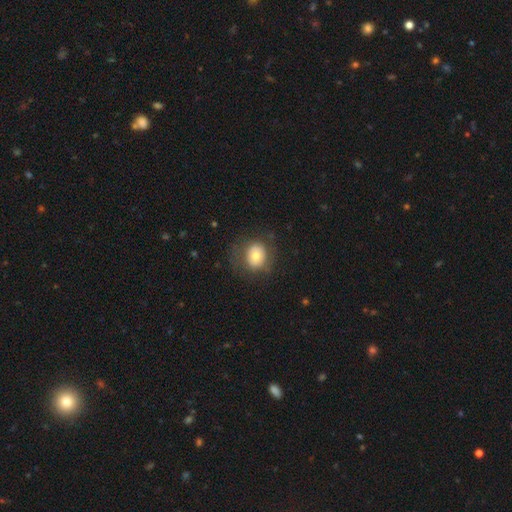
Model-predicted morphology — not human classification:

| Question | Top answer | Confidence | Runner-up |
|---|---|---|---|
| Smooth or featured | smooth | 70% | featured or disk (21%) |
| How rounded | round | 70% | in between (30%) |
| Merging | none | 74% | minor disturbance (15%) |